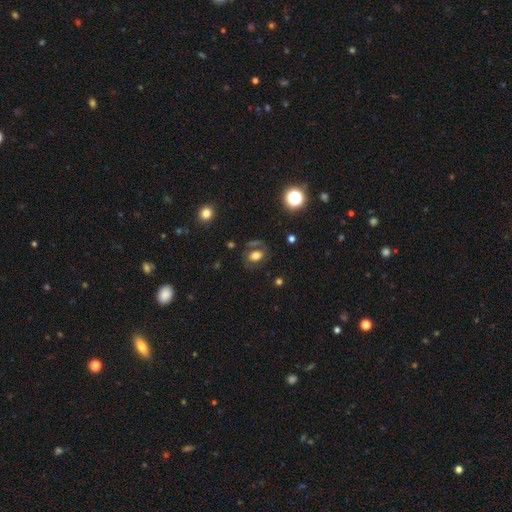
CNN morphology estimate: This appears to be a smooth galaxy with no disk features (60%) that is in between round and cigar-shaped (71%). Merging: none (66%).